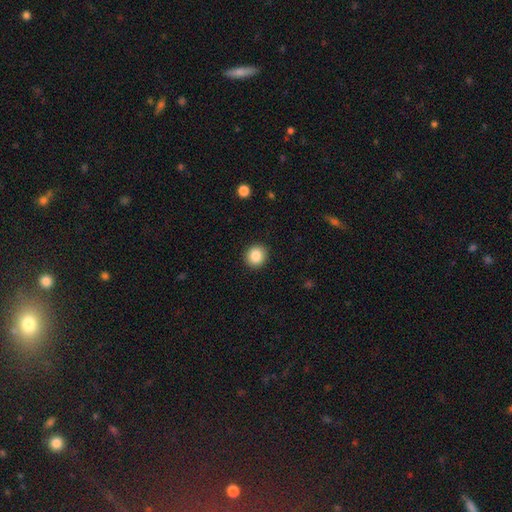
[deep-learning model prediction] smooth 86%, star or artifact 9%, featured or disk 5%. Down the decision tree: how rounded — round (90%); merging — none (92%).